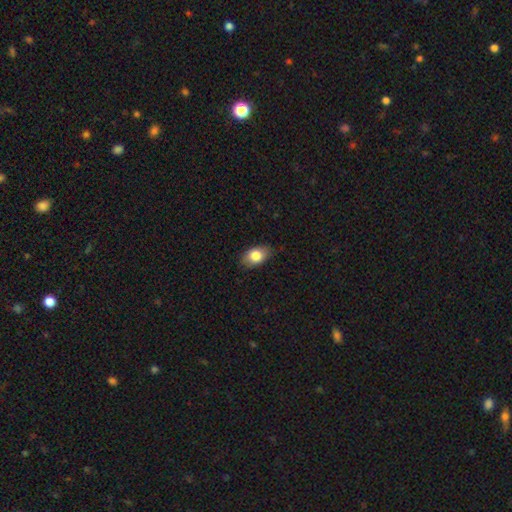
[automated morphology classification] type=smooth (81%); roundness=in between (86%); merging=none (82%).